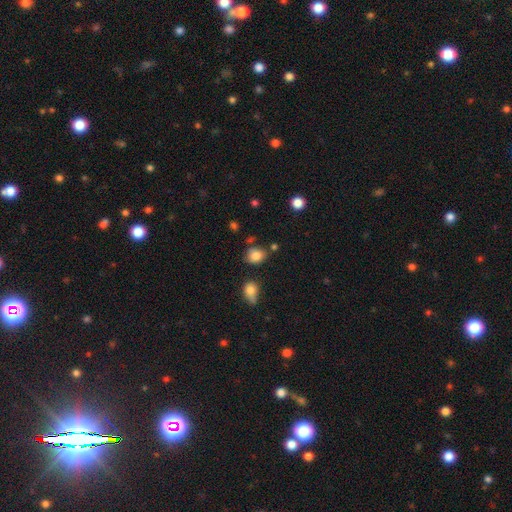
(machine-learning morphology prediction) This appears to be a smooth galaxy with no disk features (82%) that is in between round and cigar-shaped (51%). Merging: none (72%).